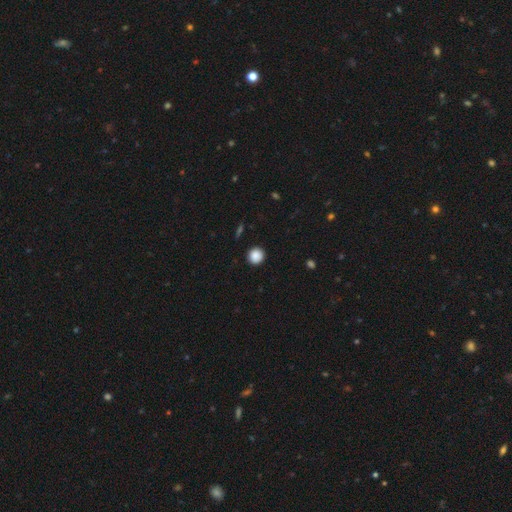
Smooth or featured? smooth (88%)
How rounded? round (89%)
Merging? none (94%)